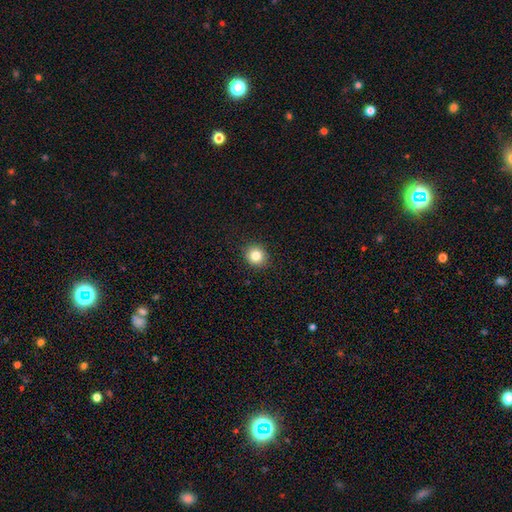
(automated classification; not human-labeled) Q: Smooth or featured?
A: smooth (84%); runner-up: star or artifact (10%)
Q: How rounded?
A: round (86%); runner-up: in between (13%)
Q: Merging?
A: none (91%); runner-up: minor disturbance (6%)